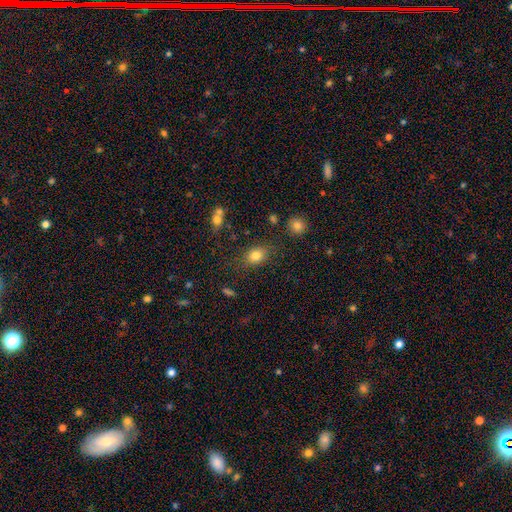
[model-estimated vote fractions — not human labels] Overall: smooth (80%). How rounded: in between (67%; round 31%). Merging: none (76%).